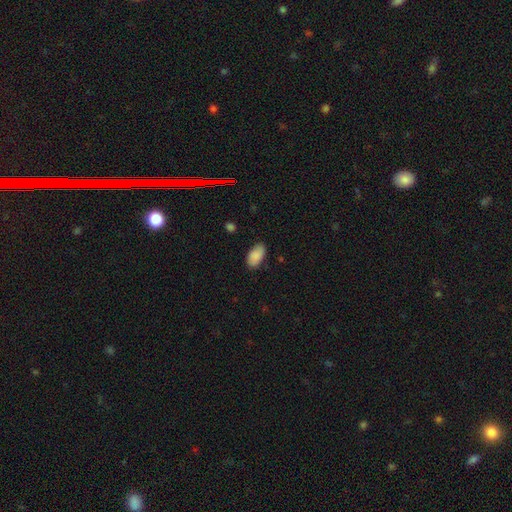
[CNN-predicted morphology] type=smooth (88%); roundness=in between (95%); merging=none (79%).